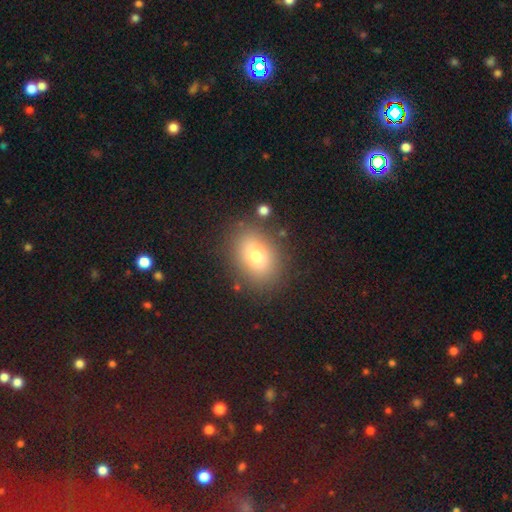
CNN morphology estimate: Q: Smooth or featured?
A: smooth (74%); runner-up: featured or disk (14%)
Q: How rounded?
A: in between (66%); runner-up: round (33%)
Q: Merging?
A: none (83%); runner-up: minor disturbance (10%)